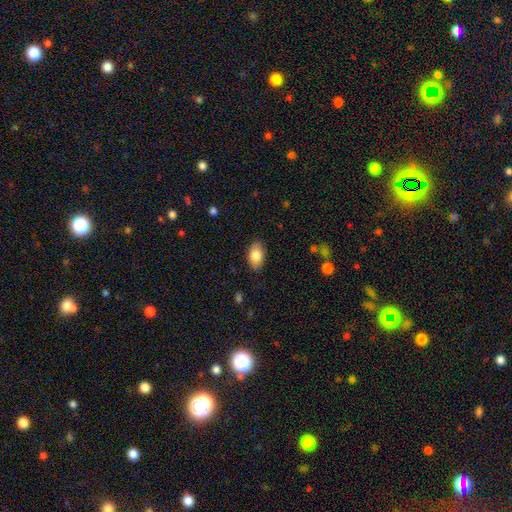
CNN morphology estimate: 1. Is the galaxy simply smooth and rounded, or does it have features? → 82% smooth, 11% featured or disk, 7% star or artifact.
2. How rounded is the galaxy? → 91% in between, 7% round, 2% cigar-shaped.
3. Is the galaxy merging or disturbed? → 85% none, 12% minor disturbance, 2% major disturbance, 1% merger.